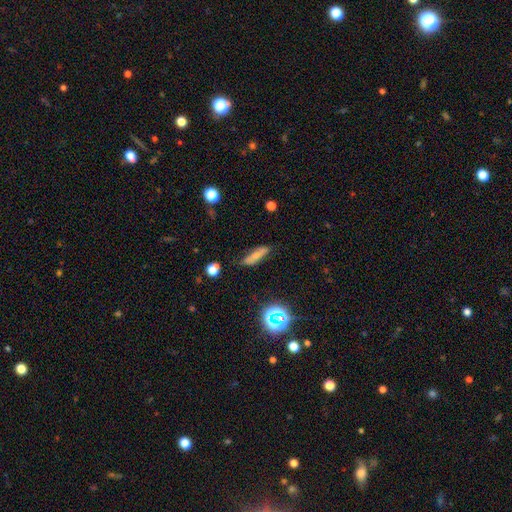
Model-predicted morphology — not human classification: Q: Smooth or featured?
A: smooth (66%); runner-up: featured or disk (22%)
Q: How rounded?
A: cigar-shaped (64%); runner-up: in between (32%)
Q: Merging?
A: none (74%); runner-up: minor disturbance (19%)